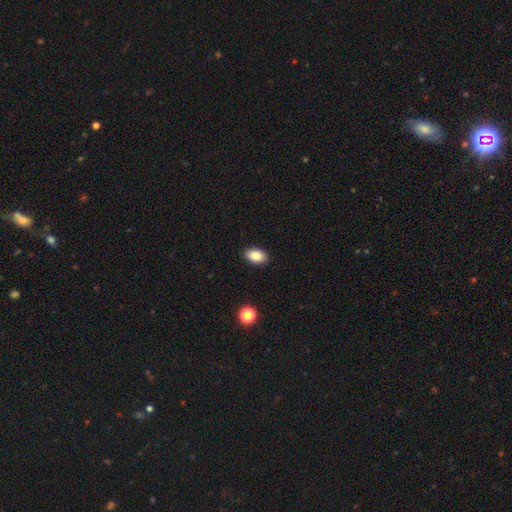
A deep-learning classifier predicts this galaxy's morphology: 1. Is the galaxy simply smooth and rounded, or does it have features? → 85% smooth, 9% star or artifact, 6% featured or disk.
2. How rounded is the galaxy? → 89% in between, 10% round, 1% cigar-shaped.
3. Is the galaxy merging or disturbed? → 90% none, 7% minor disturbance, 2% major disturbance, 1% merger.